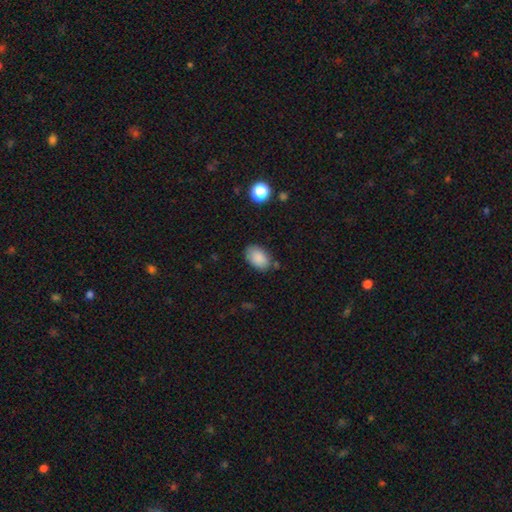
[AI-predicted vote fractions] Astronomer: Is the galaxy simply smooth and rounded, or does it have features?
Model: smooth — 88%.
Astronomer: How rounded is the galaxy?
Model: in between — 91%.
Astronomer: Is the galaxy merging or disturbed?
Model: none — 79%.